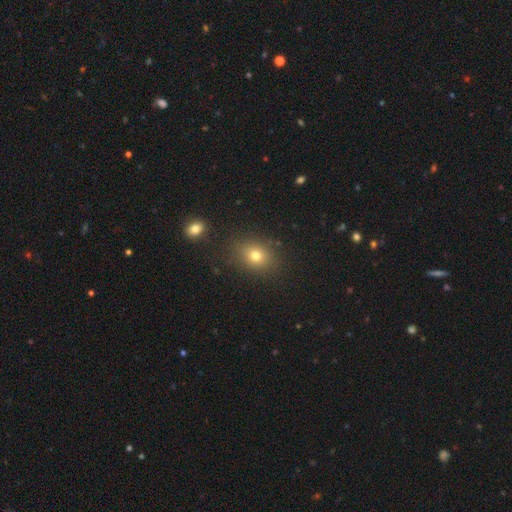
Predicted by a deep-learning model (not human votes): smooth_or_featured: smooth (p=0.75) [alt: star or artifact p=0.15]
how_rounded: round (p=0.50) [alt: in between p=0.48]
merging: none (p=0.84) [alt: minor disturbance p=0.10]